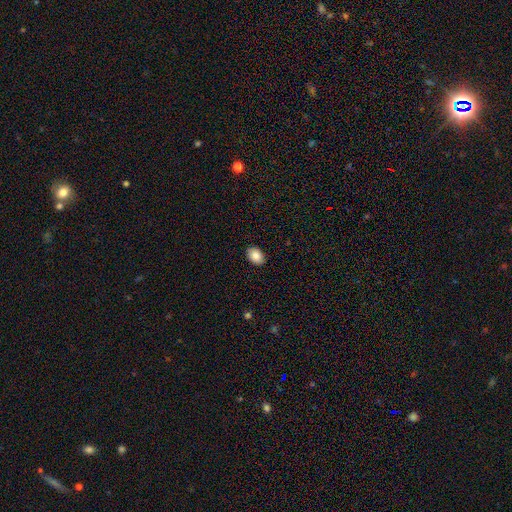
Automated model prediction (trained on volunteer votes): smooth 86%, star or artifact 8%, featured or disk 6%. Down the decision tree: how rounded — in between (78%); merging — none (89%).